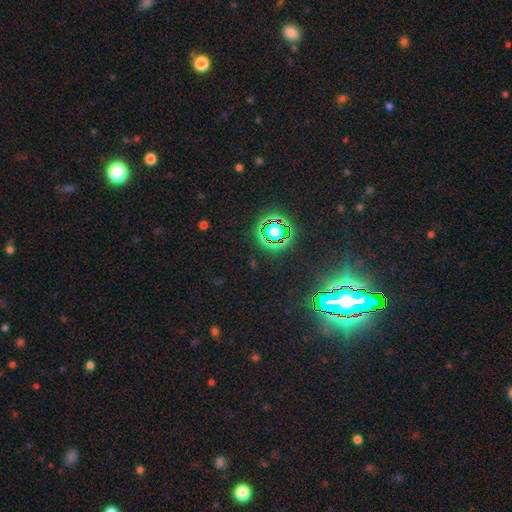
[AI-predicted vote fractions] Smooth or featured: star or artifact — 83% (smooth — 9%)